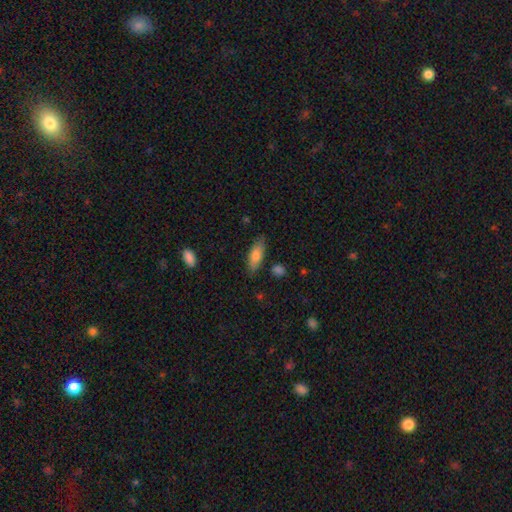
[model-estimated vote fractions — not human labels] This is likely a smooth galaxy (77%). How rounded: likely in between (70%). Merging: likely none (80%).